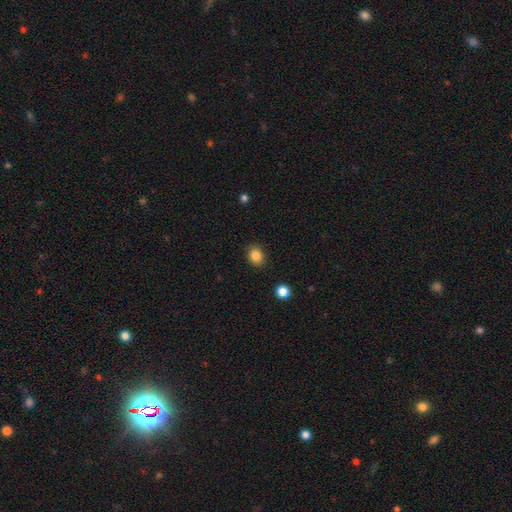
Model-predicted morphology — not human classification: The model was most divided on "how rounded": round: 58%, in between: 41%, cigar-shaped: 1%. More confident: merging — none (88%); smooth or featured — smooth (85%).